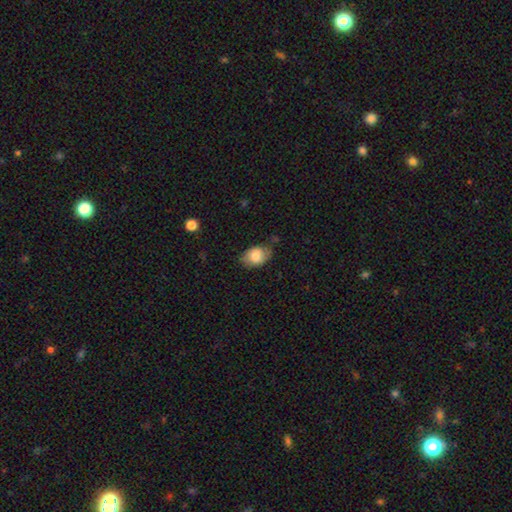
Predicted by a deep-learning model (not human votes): Smooth or featured? Predicted: smooth (p=0.74). How rounded? Predicted: in between (p=0.80). Merging? Predicted: none (p=0.63).